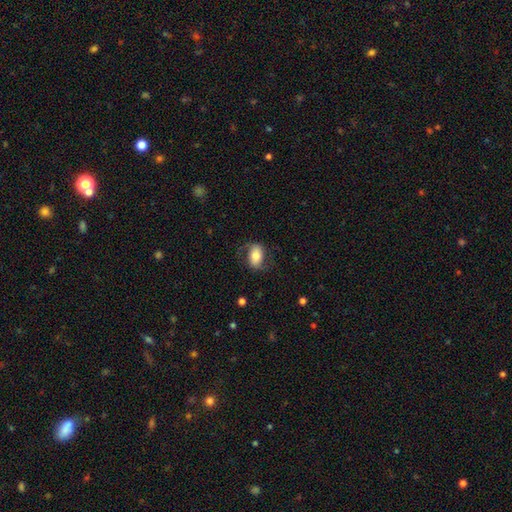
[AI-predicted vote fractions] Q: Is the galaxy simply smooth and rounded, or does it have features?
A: smooth — 62%.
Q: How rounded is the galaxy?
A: in between — 86%.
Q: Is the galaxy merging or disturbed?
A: none — 66%.